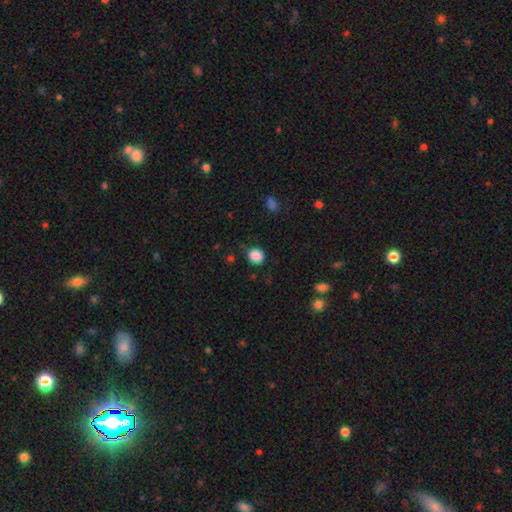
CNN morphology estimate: This is clearly a smooth galaxy (88%). How rounded: likely round (78%). Merging: clearly none (86%).